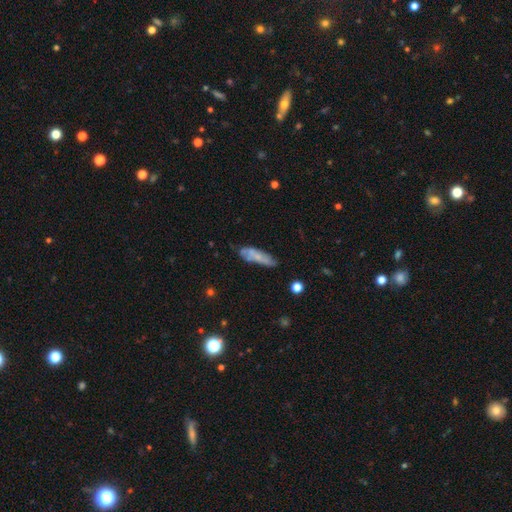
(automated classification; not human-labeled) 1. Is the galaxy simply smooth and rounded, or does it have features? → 55% smooth, 36% featured or disk, 8% star or artifact.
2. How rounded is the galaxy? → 58% cigar-shaped, 40% in between, 2% round.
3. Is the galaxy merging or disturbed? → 58% none, 25% minor disturbance, 9% major disturbance, 8% merger.